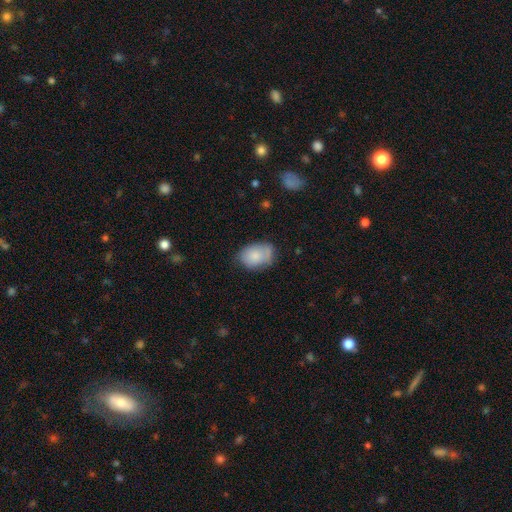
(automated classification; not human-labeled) Smooth or featured?
  - smooth: 78% *
  - featured or disk: 15%
  - star or artifact: 7%
How rounded?
  - in between: 80% *
  - round: 19%
  - cigar-shaped: 1%
Merging?
  - none: 61% *
  - minor disturbance: 29%
  - major disturbance: 7%
  - merger: 4%